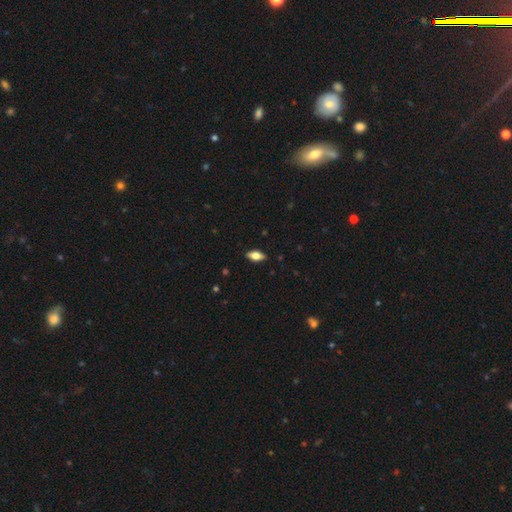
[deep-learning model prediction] This is likely a smooth galaxy (65%). How rounded: clearly in between (85%). Merging: clearly none (88%).